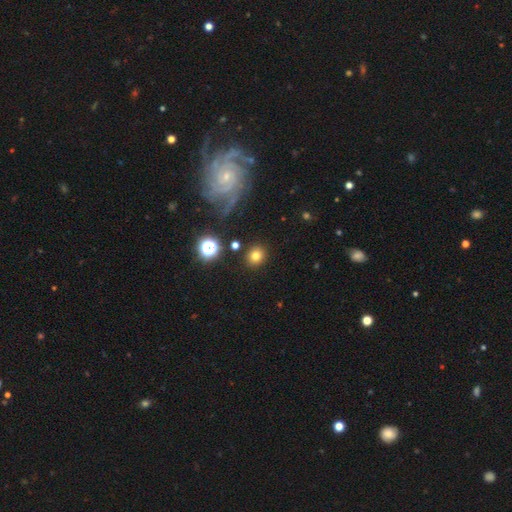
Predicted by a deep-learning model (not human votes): This appears to be a smooth galaxy with no disk features (77%) that is round (81%). Merging: none (88%).